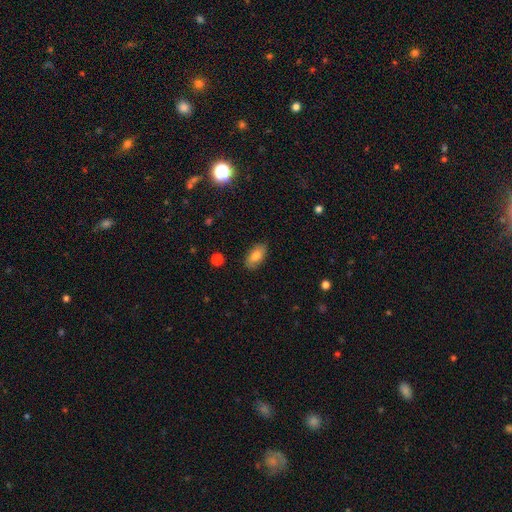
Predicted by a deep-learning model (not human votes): Overall: smooth (81%). How rounded: in between (91%). Merging: none (85%).